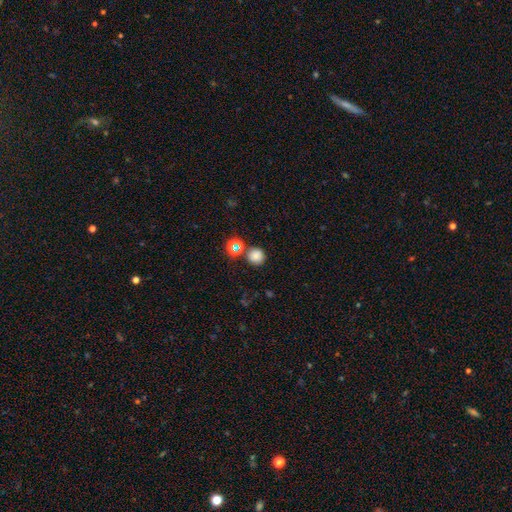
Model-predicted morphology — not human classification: Smooth or featured? Predicted: smooth (p=0.78). How rounded? Predicted: round (p=0.93). Merging? Predicted: none (p=0.82).